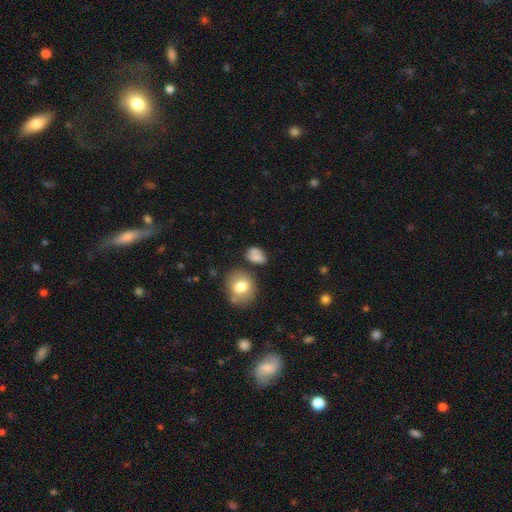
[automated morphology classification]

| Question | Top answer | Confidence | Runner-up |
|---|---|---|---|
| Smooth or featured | smooth | 75% | featured or disk (14%) |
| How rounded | in between | 71% | round (27%) |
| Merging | none | 50% | minor disturbance (24%) |